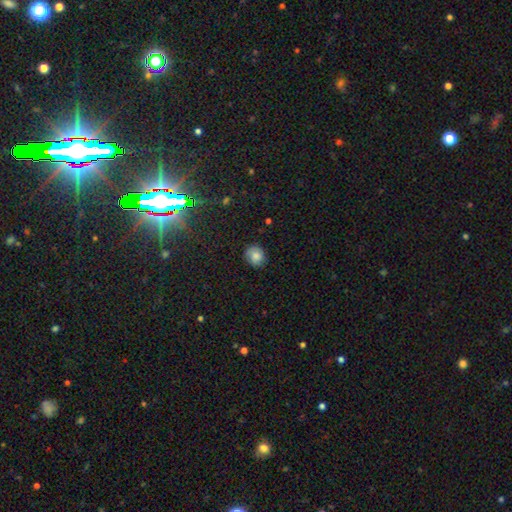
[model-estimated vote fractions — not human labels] smooth_or_featured: smooth (p=0.79) [alt: featured or disk p=0.11]
how_rounded: round (p=0.75) [alt: in between p=0.24]
merging: none (p=0.78) [alt: minor disturbance p=0.18]